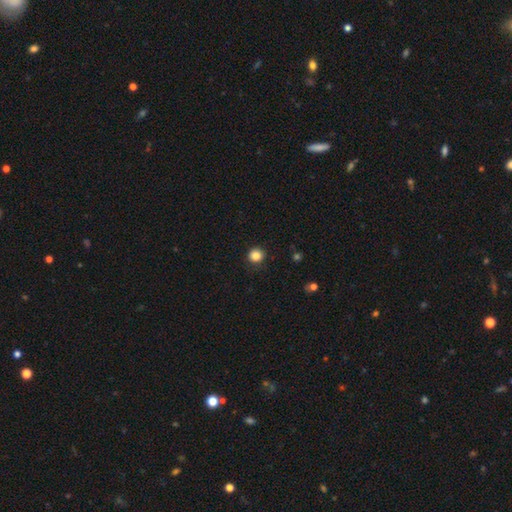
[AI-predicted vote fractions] A smooth galaxy with no disk features (85%) that is round (90%).

Vote fractions:
- Smooth or featured? smooth: 85% / star or artifact: 11% / featured or disk: 4%
- How rounded? round: 90% / in between: 9% / cigar-shaped: 1%
- Merging? none: 90% / minor disturbance: 7% / major disturbance: 2% / merger: 1%